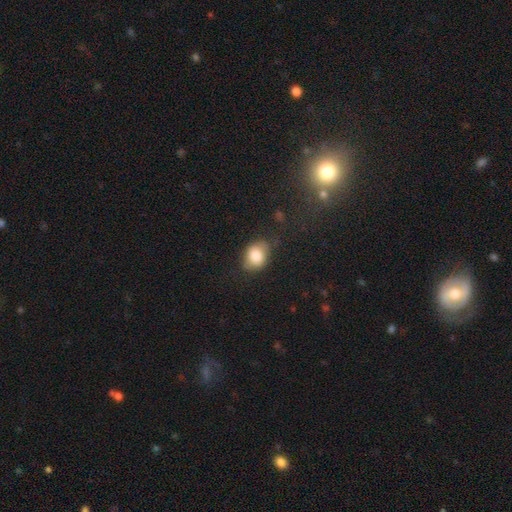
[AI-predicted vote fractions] smooth_or_featured: smooth (p=0.83) [alt: featured or disk p=0.09]
how_rounded: in between (p=0.61) [alt: round p=0.38]
merging: none (p=0.65) [alt: minor disturbance p=0.26]